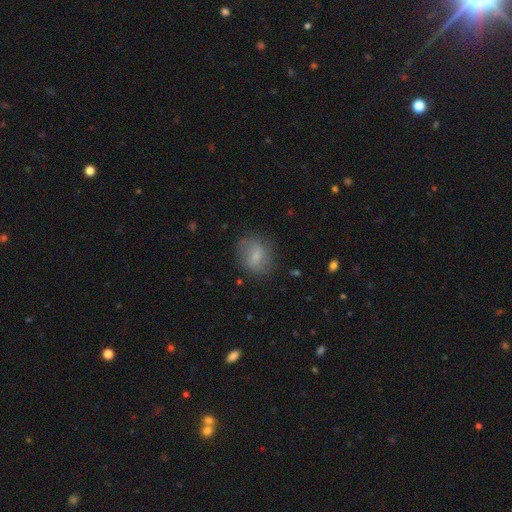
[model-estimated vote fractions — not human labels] Morphology: type=smooth (72%); roundness=in between (50%); merging=none (75%).